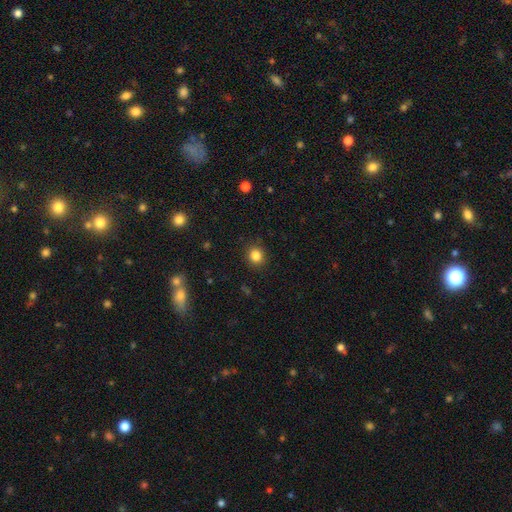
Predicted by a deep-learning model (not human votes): Smooth or featured: smooth — 84% (star or artifact — 11%)
How rounded: round — 84% (in between — 15%)
Merging: none — 90% (minor disturbance — 7%)